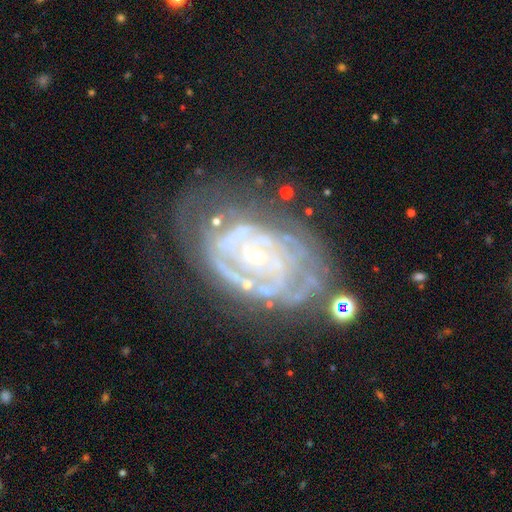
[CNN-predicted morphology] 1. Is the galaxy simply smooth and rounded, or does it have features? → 84% featured or disk, 8% smooth, 7% star or artifact.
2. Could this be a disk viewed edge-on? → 97% no, 3% yes.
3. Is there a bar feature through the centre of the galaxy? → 77% no, 17% weak, 6% strong.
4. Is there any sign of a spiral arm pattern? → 88% yes, 12% no.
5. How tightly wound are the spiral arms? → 72% tight, 22% medium, 6% loose.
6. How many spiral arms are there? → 42% can't tell, 19% 2, 14% 3, 10% 4, 8% more than 4, 6% 1.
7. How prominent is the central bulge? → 83% small, 11% moderate, 4% none, 1% large, 1% dominant.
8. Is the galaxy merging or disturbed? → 51% none, 25% minor disturbance, 20% major disturbance, 5% merger.